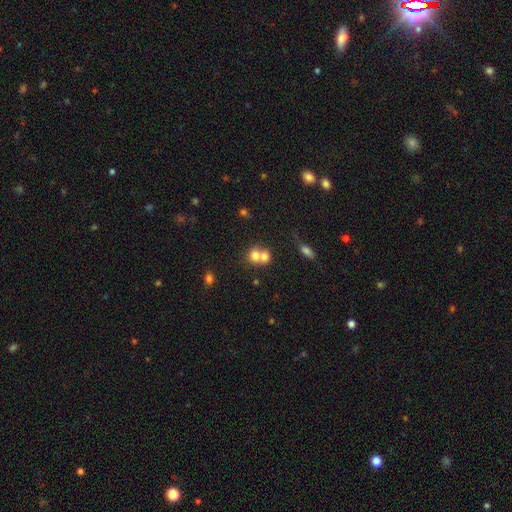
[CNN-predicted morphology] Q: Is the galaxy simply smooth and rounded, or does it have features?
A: smooth — 71%.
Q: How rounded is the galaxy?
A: round — 71%.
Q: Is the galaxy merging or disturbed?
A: merger — 65%.